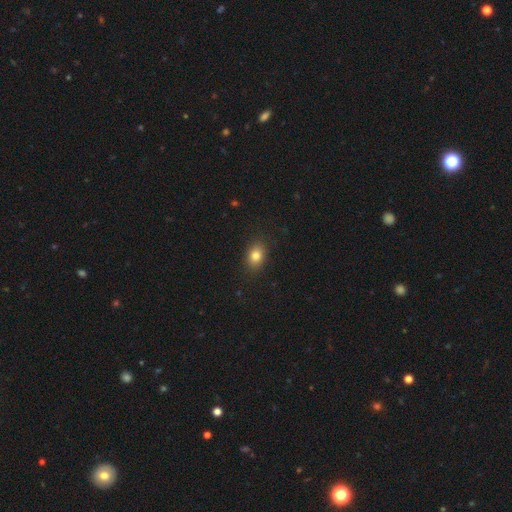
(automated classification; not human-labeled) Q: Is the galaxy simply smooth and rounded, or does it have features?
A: smooth — 82%.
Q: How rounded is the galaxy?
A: in between — 68%.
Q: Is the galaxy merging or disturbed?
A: none — 88%.